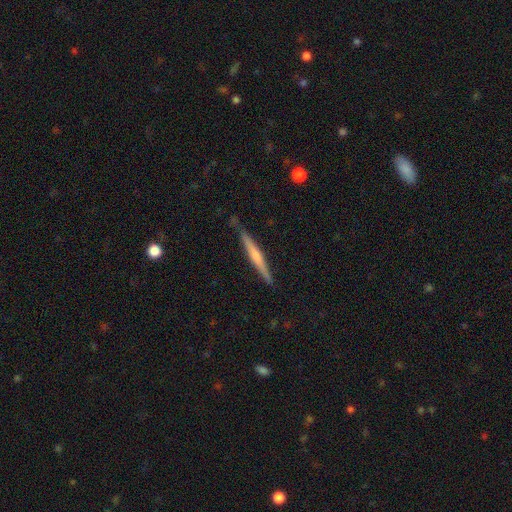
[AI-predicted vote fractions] A featured or disk galaxy (57%) viewed edge-on (98%) with a rounded central bulge (53%). Merging: none (87%).